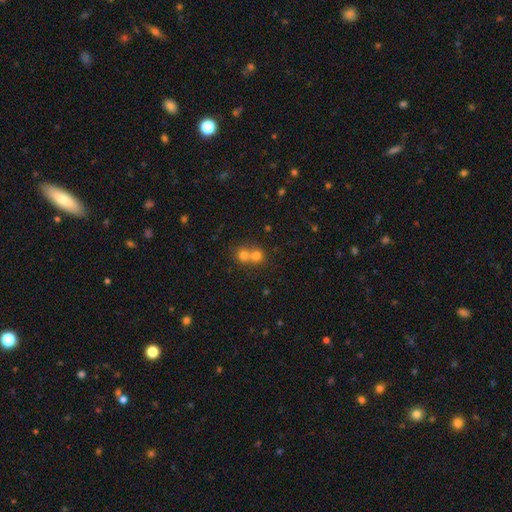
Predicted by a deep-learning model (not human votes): This appears to be a smooth galaxy with no disk features (72%) that is round (84%). Merging: merger (64%).